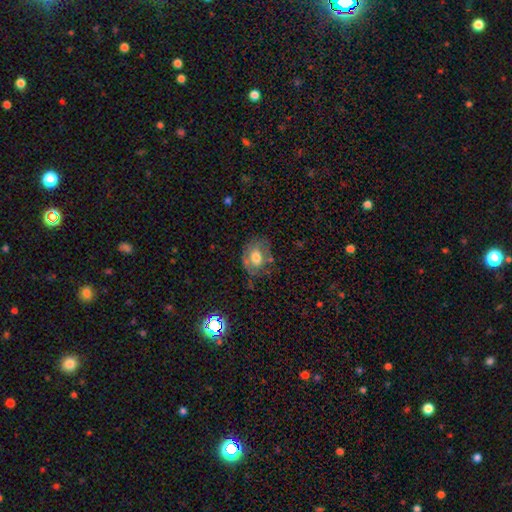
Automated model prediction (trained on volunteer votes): This is possibly a smooth galaxy (50%). How rounded: likely in between (61%). Merging: likely none (62%).